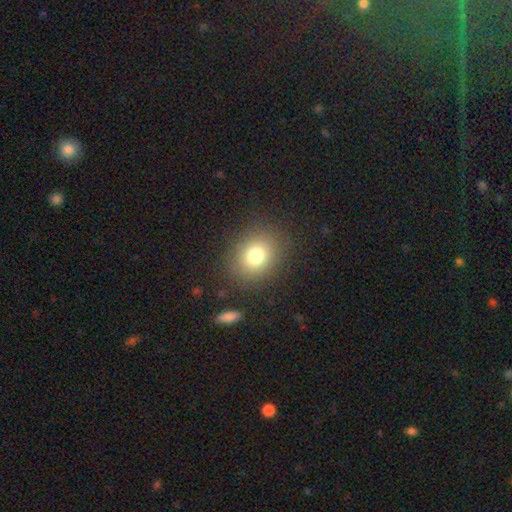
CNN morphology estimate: smooth-or-featured: smooth: 77% | star or artifact: 13% | featured or disk: 10%
  how-rounded: round: 63% | in between: 36% | cigar-shaped: 1%
  merging: none: 85% | minor disturbance: 9% | major disturbance: 5% | merger: 2%